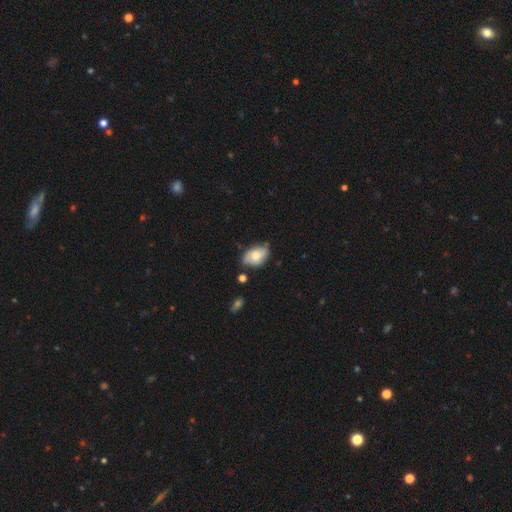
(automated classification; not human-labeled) smooth 62%, featured or disk 30%, star or artifact 8%. Down the decision tree: how rounded — in between (86%); merging — none (57%).